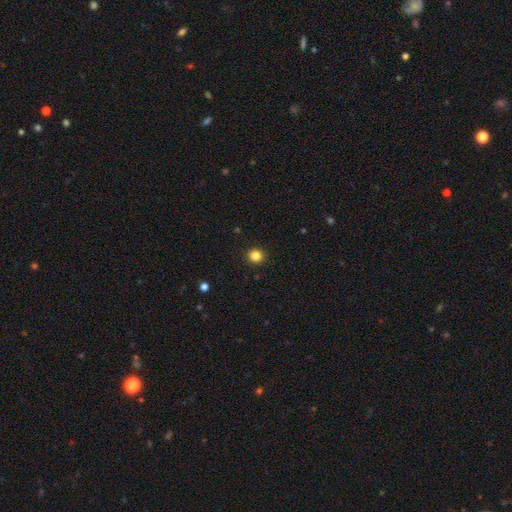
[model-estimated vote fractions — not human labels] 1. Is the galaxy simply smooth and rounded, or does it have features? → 84% smooth, 12% star or artifact, 4% featured or disk.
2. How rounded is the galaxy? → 87% round, 12% in between, 1% cigar-shaped.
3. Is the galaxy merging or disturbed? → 92% none, 5% minor disturbance, 2% major disturbance, 1% merger.